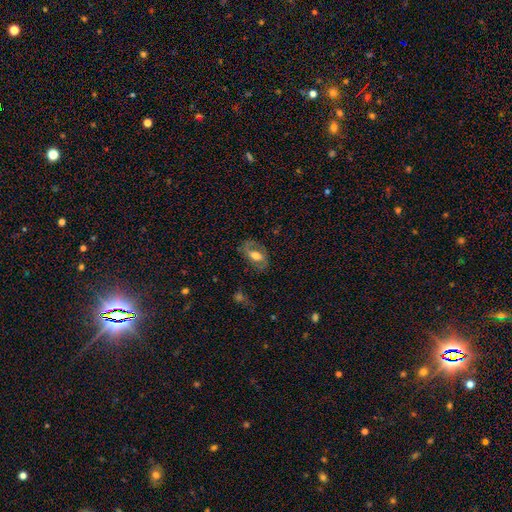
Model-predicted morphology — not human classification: smooth-or-featured: featured or disk: 59% | smooth: 34% | star or artifact: 7%
  disk-edge-on: no: 92% | yes: 8%
    bar: weak: 39% | no: 36% | strong: 25%
    has-spiral-arms: yes: 65% | no: 35%
    bulge-size: moderate: 51% | large: 35% | small: 9% | dominant: 3% | none: 2%
  merging: none: 66% | minor disturbance: 20% | major disturbance: 12% | merger: 2%